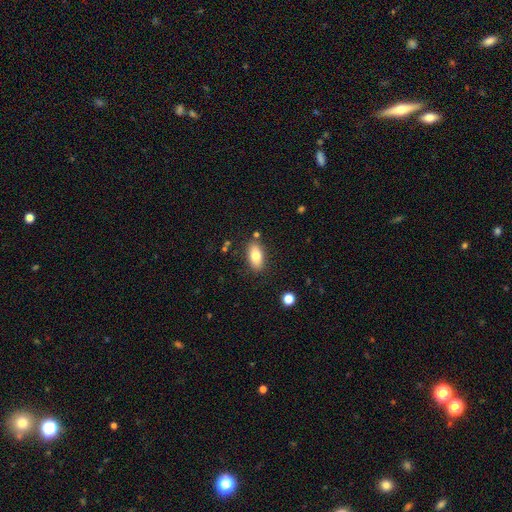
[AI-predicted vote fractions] Morphology: type=smooth (78%); roundness=in between (90%); merging=none (83%).